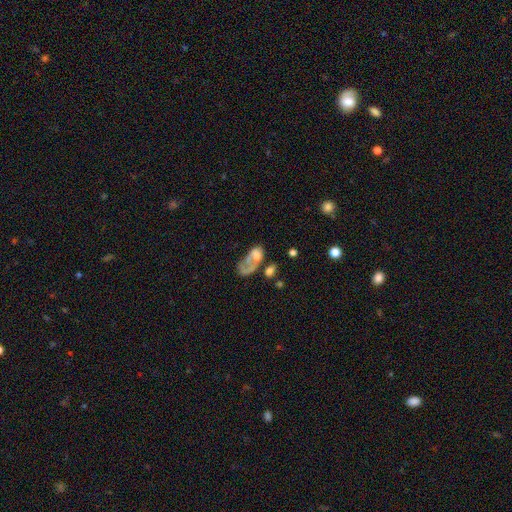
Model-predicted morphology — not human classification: A smooth galaxy with no disk features (46%). Merging: major disturbance (40%).